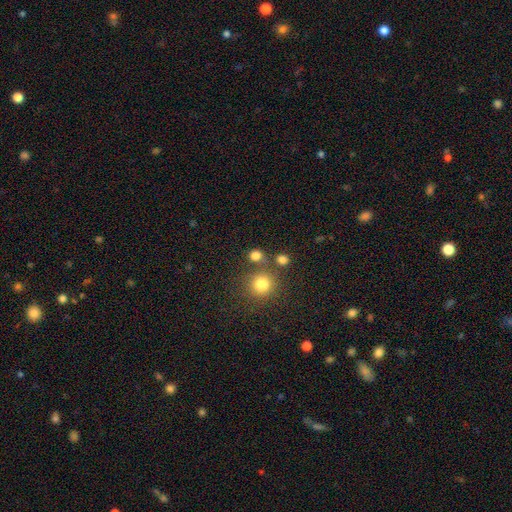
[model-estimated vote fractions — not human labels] A smooth galaxy with no disk features (78%) that is round (78%).

Vote fractions:
- Smooth or featured? smooth: 78% / star or artifact: 15% / featured or disk: 6%
- How rounded? round: 78% / in between: 21% / cigar-shaped: 1%
- Merging? none: 68% / merger: 17% / minor disturbance: 10% / major disturbance: 5%